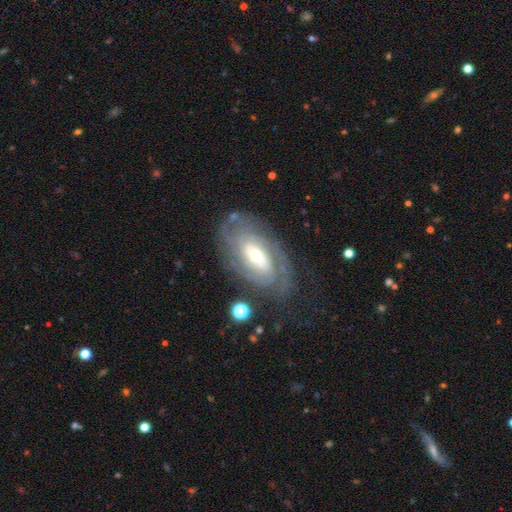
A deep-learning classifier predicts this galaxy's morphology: A featured or disk galaxy (84%) with no bar (51%), tight (72%) spiral arms (93%) and a moderate central bulge (50%).

Vote fractions:
- Smooth or featured? featured or disk: 84% / smooth: 10% / star or artifact: 6%
- Edge-on disk? no: 94% / yes: 6%
- Bar? no: 51% / weak: 34% / strong: 15%
- Spiral arms? yes: 93% / no: 7%
- Spiral winding? tight: 72% / medium: 22% / loose: 6%
- Spiral arm count? can't tell: 42% / 2: 24% / 3: 14% / 4: 10% / more than 4: 5% / 1: 5%
- Bulge size? moderate: 50% / small: 42% / large: 6% / dominant: 1% / none: 1%
- Merging? none: 72% / minor disturbance: 17% / major disturbance: 9% / merger: 2%